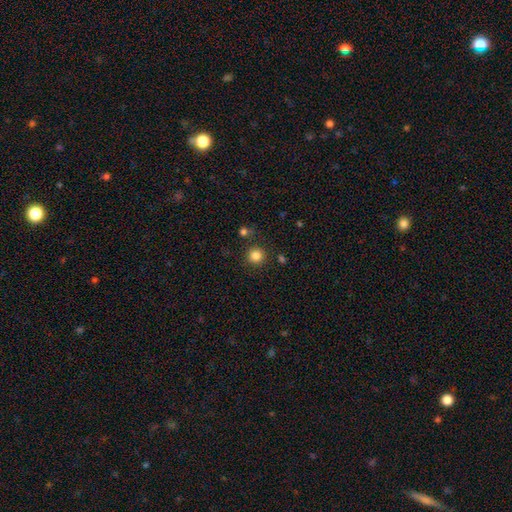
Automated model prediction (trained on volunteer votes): Morphology: type=smooth (84%); roundness=round (94%); merging=none (87%).